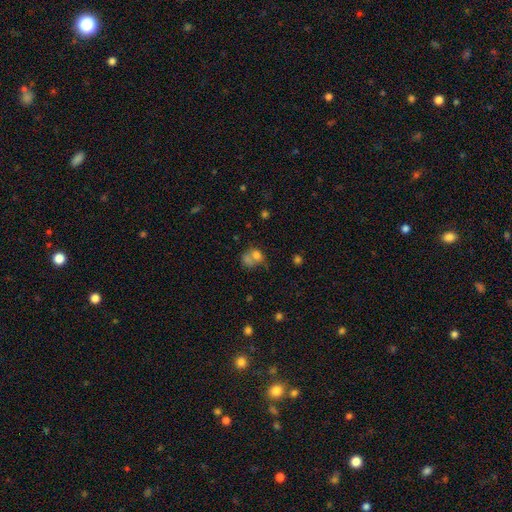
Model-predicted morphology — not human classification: Q: Smooth or featured?
A: smooth (71%); runner-up: featured or disk (16%)
Q: How rounded?
A: round (55%); runner-up: in between (44%)
Q: Merging?
A: merger (52%); runner-up: none (26%)